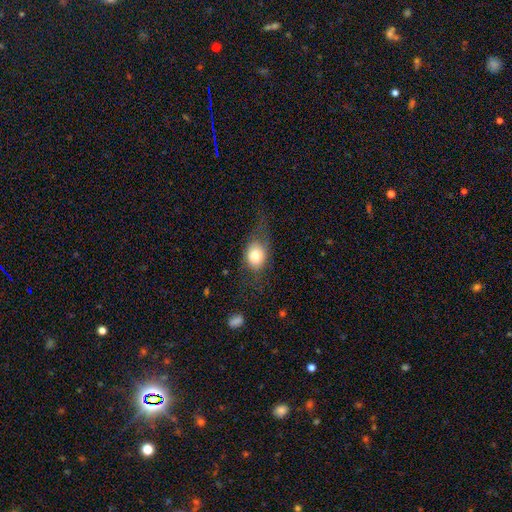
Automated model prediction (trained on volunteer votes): Smooth or featured?
  - smooth: 72% *
  - featured or disk: 19%
  - star or artifact: 9%
How rounded?
  - round: 52% *
  - in between: 46%
  - cigar-shaped: 2%
Merging?
  - none: 51% *
  - minor disturbance: 24%
  - major disturbance: 23%
  - merger: 2%